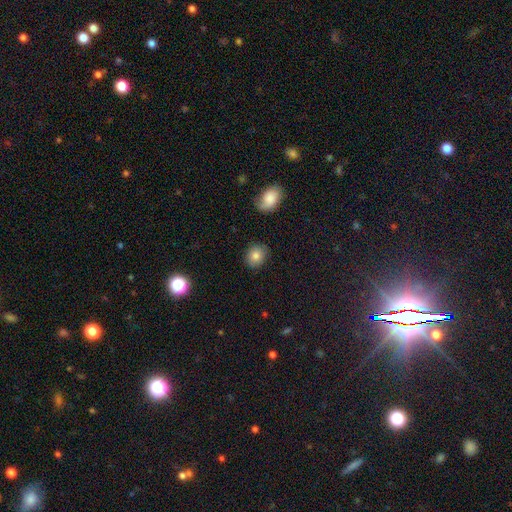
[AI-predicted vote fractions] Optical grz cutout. It shows a smooth galaxy with no disk features (82%) that is round (73%). Merging: none (86%).